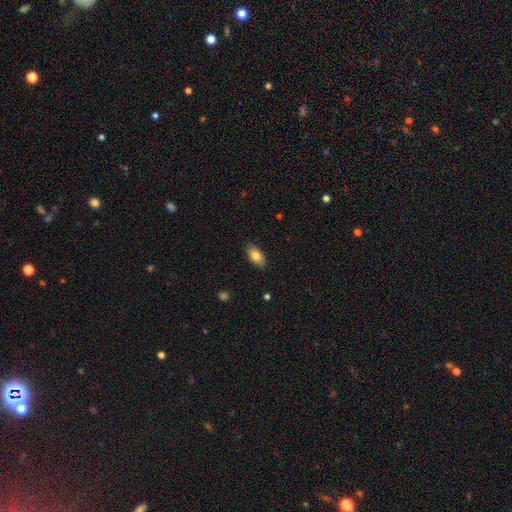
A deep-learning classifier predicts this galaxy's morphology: This is clearly a smooth galaxy (80%). How rounded: clearly in between (91%). Merging: clearly none (86%).